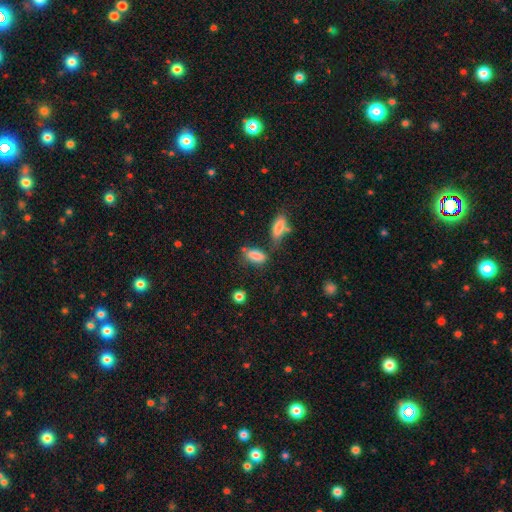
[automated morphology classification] Smooth or featured? Predicted: smooth (p=0.82). How rounded? Predicted: in between (p=0.84). Merging? Predicted: none (p=0.51).